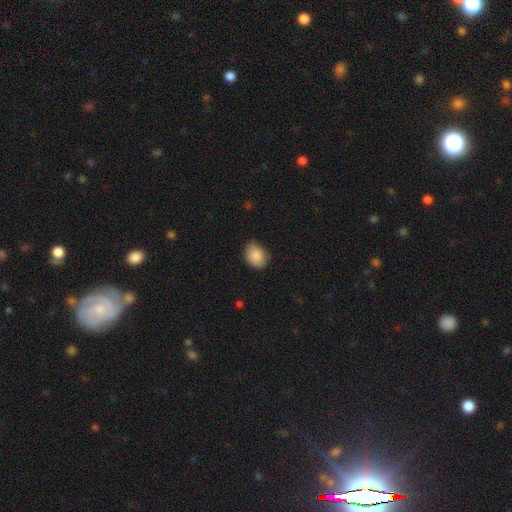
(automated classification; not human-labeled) Overall: smooth (87%). How rounded: in between (59%; round 40%). Merging: none (70%).